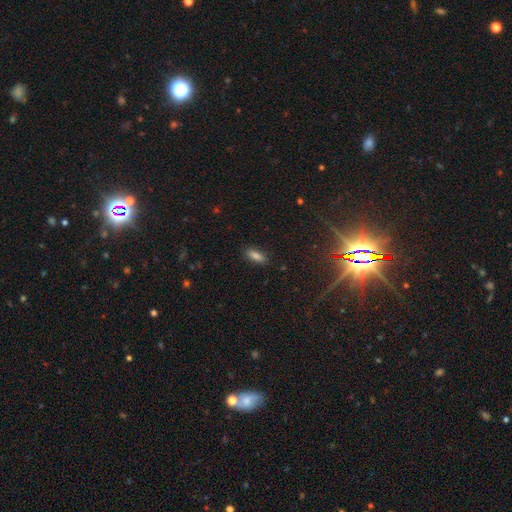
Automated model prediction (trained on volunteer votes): Smooth or featured: smooth — 81% (star or artifact — 11%)
How rounded: in between — 68% (cigar-shaped — 30%)
Merging: none — 86% (minor disturbance — 10%)